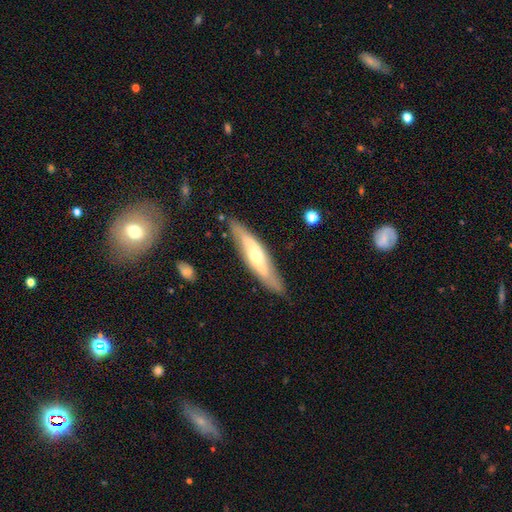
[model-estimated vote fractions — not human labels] featured or disk 63%, smooth 32%, star or artifact 6%. Down the decision tree: edge-on disk — yes (57%); merging — none (84%).